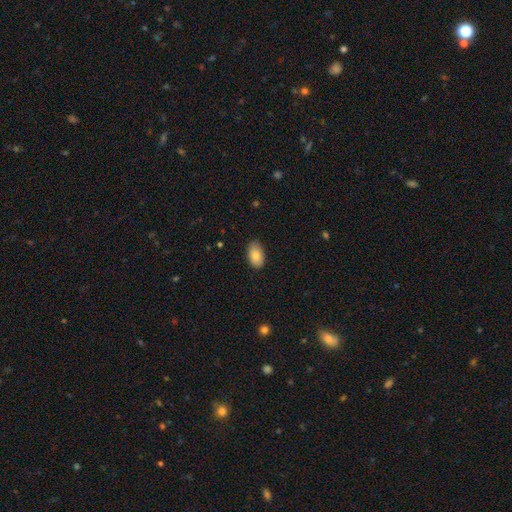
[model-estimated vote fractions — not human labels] This appears to be a smooth galaxy with no disk features (85%) that is in between round and cigar-shaped (93%). Merging: none (83%).